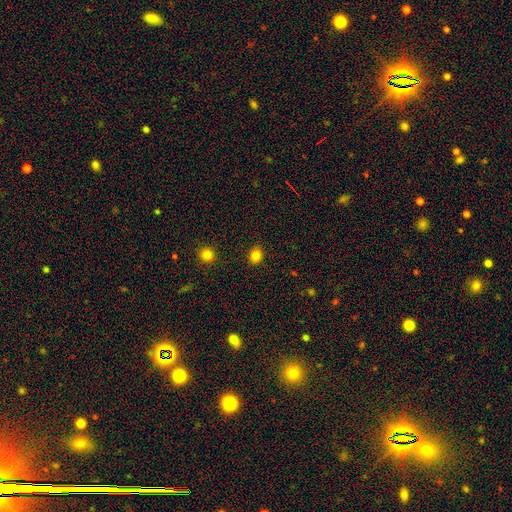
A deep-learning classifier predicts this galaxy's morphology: A smooth galaxy with no disk features (84%) that is round (63%).

Vote fractions:
- Smooth or featured? smooth: 84% / star or artifact: 12% / featured or disk: 4%
- How rounded? round: 63% / in between: 36% / cigar-shaped: 1%
- Merging? none: 89% / minor disturbance: 7% / major disturbance: 2% / merger: 1%